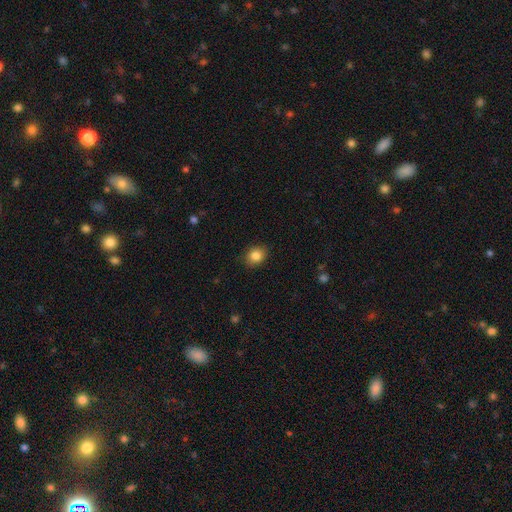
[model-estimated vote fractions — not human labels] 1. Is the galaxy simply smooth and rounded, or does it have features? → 85% smooth, 10% star or artifact, 5% featured or disk.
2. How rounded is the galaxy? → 57% round, 42% in between, 1% cigar-shaped.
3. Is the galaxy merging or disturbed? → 87% none, 10% minor disturbance, 2% major disturbance, 1% merger.